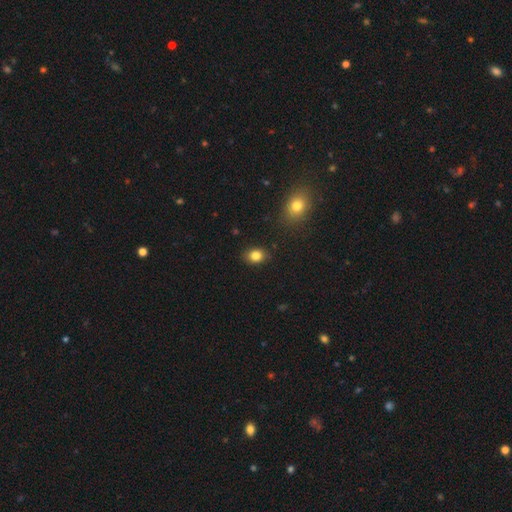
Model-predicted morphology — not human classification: smooth_or_featured: smooth (p=0.83) [alt: star or artifact p=0.11]
how_rounded: in between (p=0.52) [alt: round p=0.47]
merging: none (p=0.86) [alt: minor disturbance p=0.10]